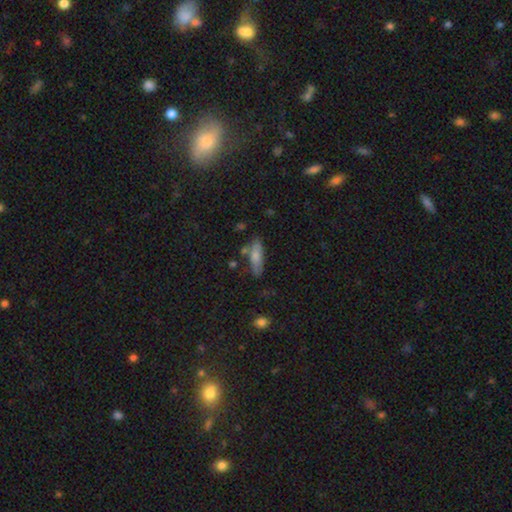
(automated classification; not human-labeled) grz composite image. It shows a smooth galaxy with no disk features (75%) that is in between round and cigar-shaped (49%). Merging: none (67%).